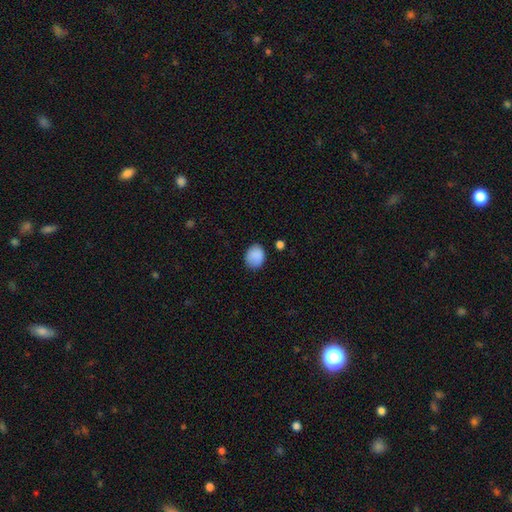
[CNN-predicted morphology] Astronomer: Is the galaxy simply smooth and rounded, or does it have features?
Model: smooth — 88%.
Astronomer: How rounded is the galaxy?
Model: round — 53% (runner-up: in between, 46%).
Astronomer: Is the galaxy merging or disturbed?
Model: none — 76%.